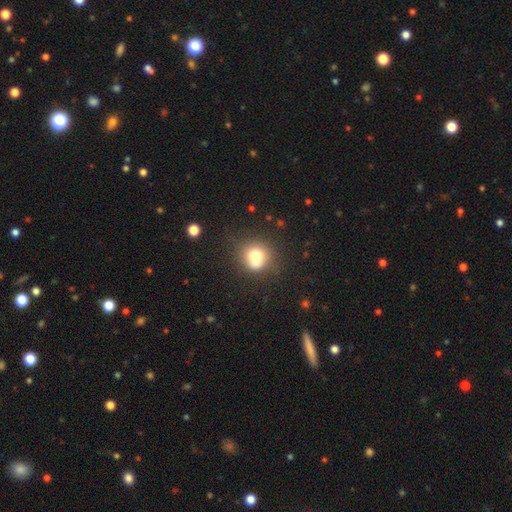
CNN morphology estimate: A smooth galaxy with no disk features (73%) that is round (85%).

Vote fractions:
- Smooth or featured? smooth: 73% / featured or disk: 15% / star or artifact: 13%
- How rounded? round: 85% / in between: 14% / cigar-shaped: 1%
- Merging? none: 59% / minor disturbance: 19% / merger: 15% / major disturbance: 8%